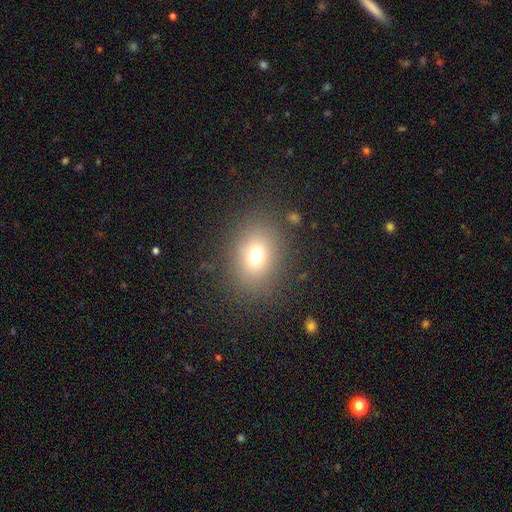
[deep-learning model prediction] Smooth or featured? Predicted: smooth (p=0.72). How rounded? Predicted: in between (p=0.56). Merging? Predicted: none (p=0.84).